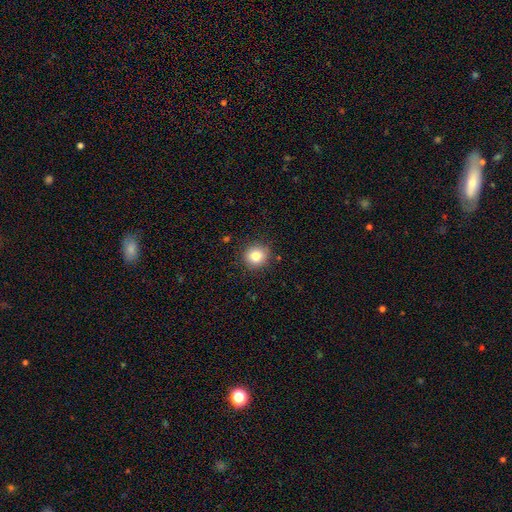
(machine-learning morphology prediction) smooth-or-featured: smooth: 83% | star or artifact: 10% | featured or disk: 6%
  how-rounded: round: 89% | in between: 10% | cigar-shaped: 1%
  merging: none: 87% | minor disturbance: 9% | major disturbance: 2% | merger: 1%